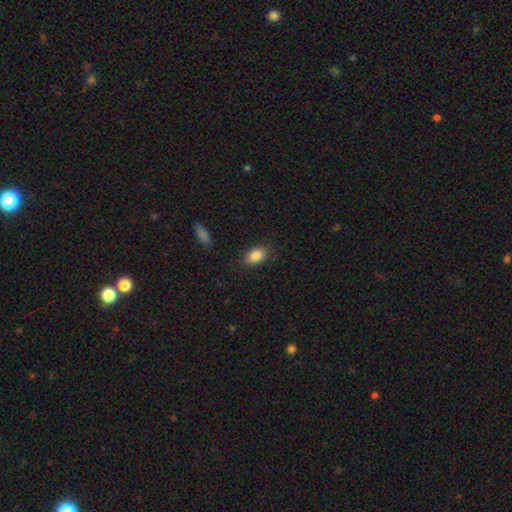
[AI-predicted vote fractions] This appears to be a smooth galaxy with no disk features (86%) that is in between round and cigar-shaped (87%). Merging: none (85%).